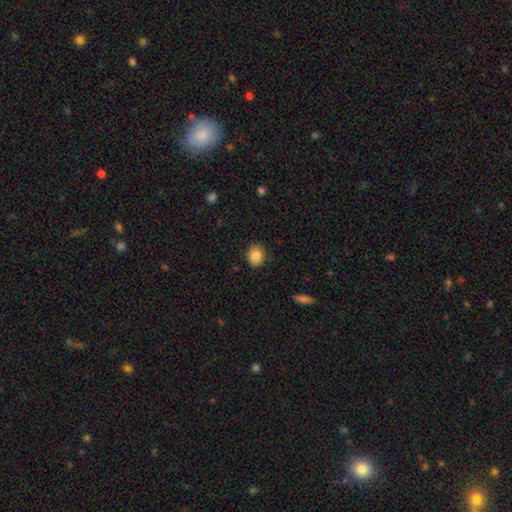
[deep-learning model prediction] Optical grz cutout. It shows a smooth galaxy with no disk features (84%) that is round (58%). Merging: none (86%).